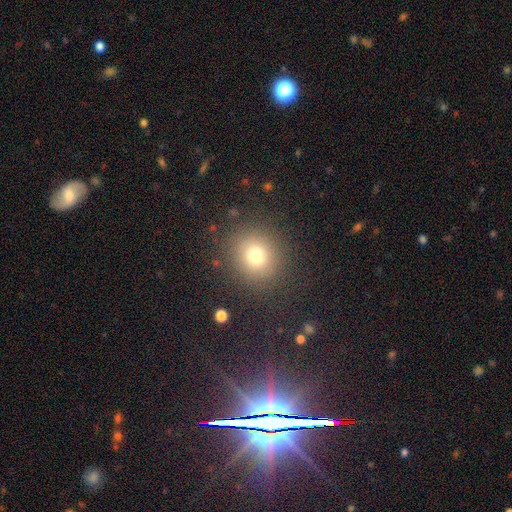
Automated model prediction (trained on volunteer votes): smooth-or-featured: smooth: 74% | star or artifact: 16% | featured or disk: 11%
  how-rounded: round: 89% | in between: 10% | cigar-shaped: 1%
  merging: none: 87% | minor disturbance: 8% | major disturbance: 4% | merger: 1%